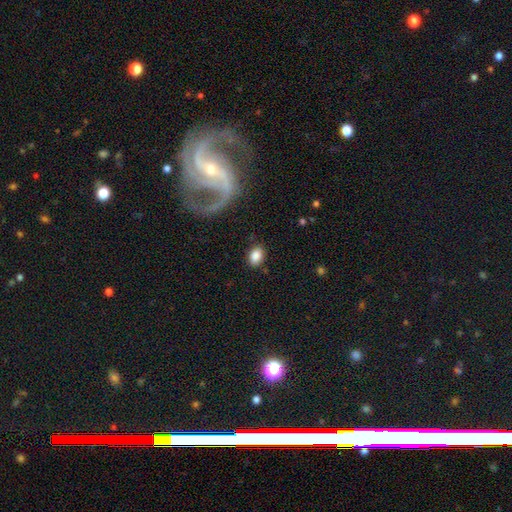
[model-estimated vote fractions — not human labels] This is clearly a smooth galaxy (85%). How rounded: clearly in between (80%). Merging: clearly none (84%).